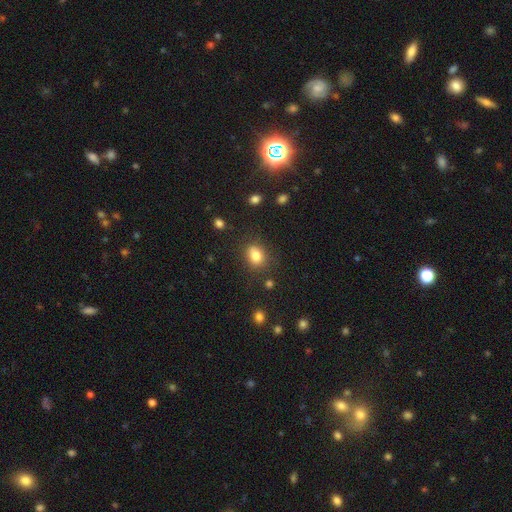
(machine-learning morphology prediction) Smooth or featured?
  - smooth: 81% *
  - star or artifact: 11%
  - featured or disk: 8%
How rounded?
  - round: 50% *
  - in between: 49%
  - cigar-shaped: 1%
Merging?
  - none: 76% *
  - minor disturbance: 15%
  - merger: 5%
  - major disturbance: 4%